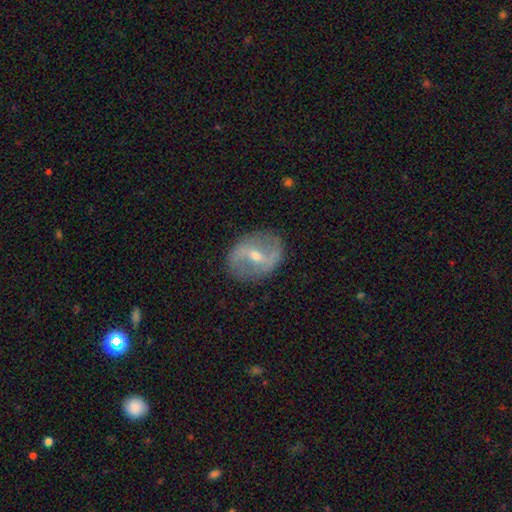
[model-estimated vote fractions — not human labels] featured or disk 72%, smooth 21%, star or artifact 7%. Down the decision tree: edge-on disk — no (94%); bar — strong (44%); spiral arms — yes (64%); bulge size — moderate (55%); merging — none (83%).